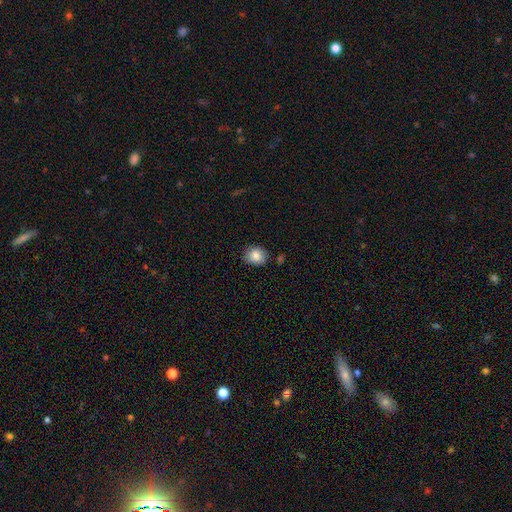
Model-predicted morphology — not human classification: The model was most divided on "how rounded": round: 62%, in between: 37%, cigar-shaped: 1%. More confident: smooth or featured — smooth (84%); merging — none (79%).